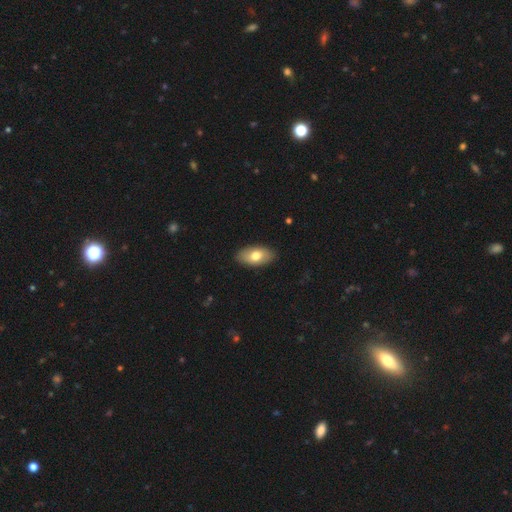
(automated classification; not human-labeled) Smooth or featured: smooth — 73% (featured or disk — 21%)
How rounded: in between — 93% (round — 4%)
Merging: none — 88% (minor disturbance — 9%)